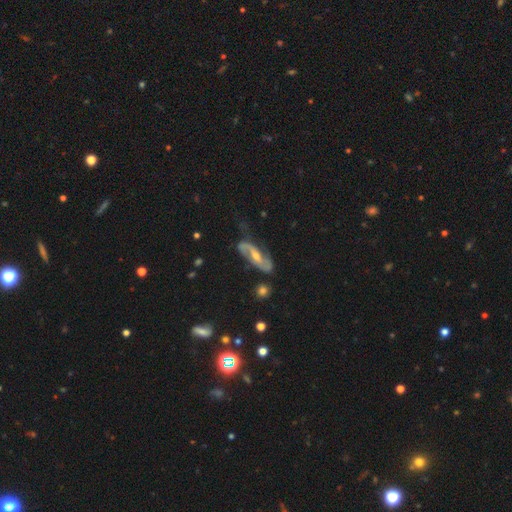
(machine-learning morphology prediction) A featured or disk galaxy (84%) with a weak bar (40%), 2 (89%) loose (41%) spiral arms (94%) and a moderate central bulge (54%). Merging: none (67%).